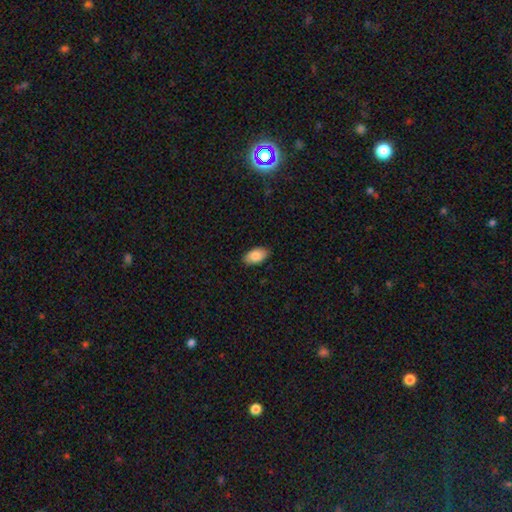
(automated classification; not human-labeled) Smooth or featured? Predicted: smooth (p=0.87). How rounded? Predicted: in between (p=0.95). Merging? Predicted: none (p=0.88).